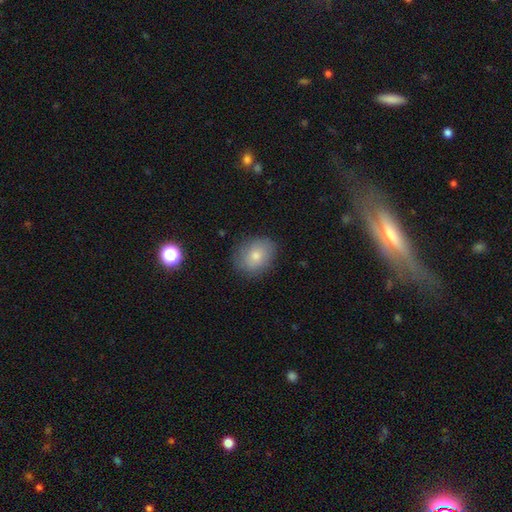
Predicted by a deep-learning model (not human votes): A smooth galaxy with no disk features (70%) that is round (53%). Merging: none (82%).